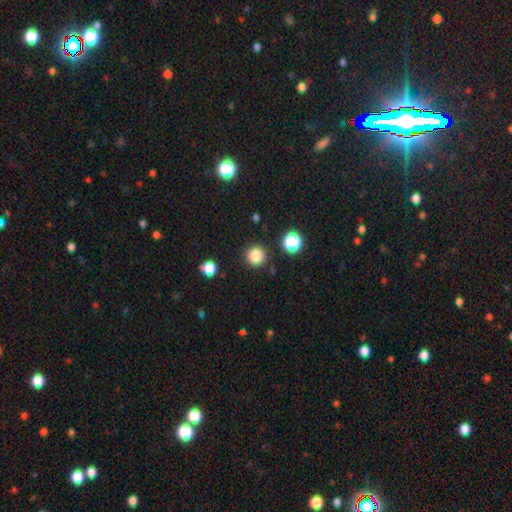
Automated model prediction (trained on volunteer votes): Morphology: type=smooth (83%); roundness=round (95%); merging=none (88%).